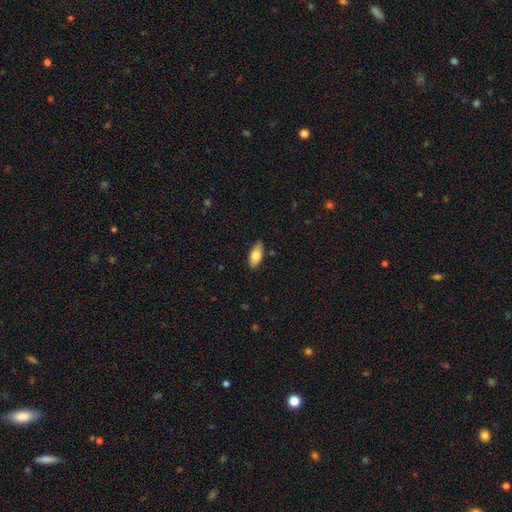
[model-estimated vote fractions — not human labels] A smooth galaxy with no disk features (74%) that is in between round and cigar-shaped (84%). Merging: none (84%).